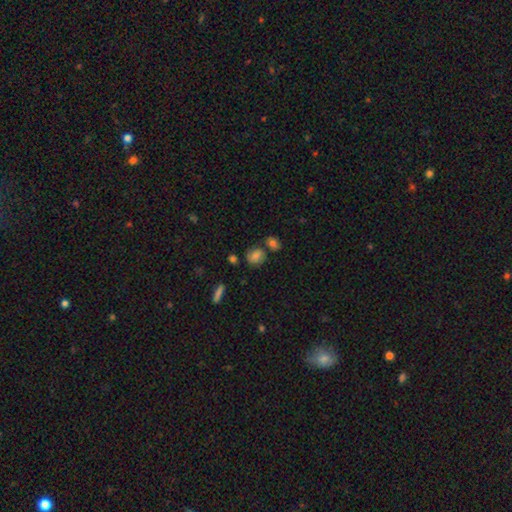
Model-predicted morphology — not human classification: This is likely a smooth galaxy (71%). How rounded: likely round (62%). Merging: likely none (66%).